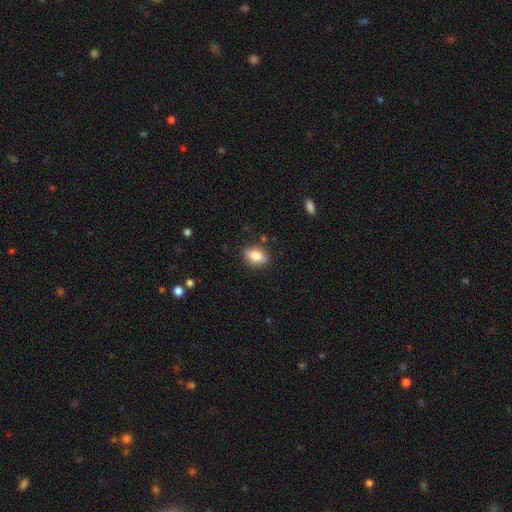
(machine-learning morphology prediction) A smooth galaxy with no disk features (83%) that is in between round and cigar-shaped (81%). Merging: none (83%).